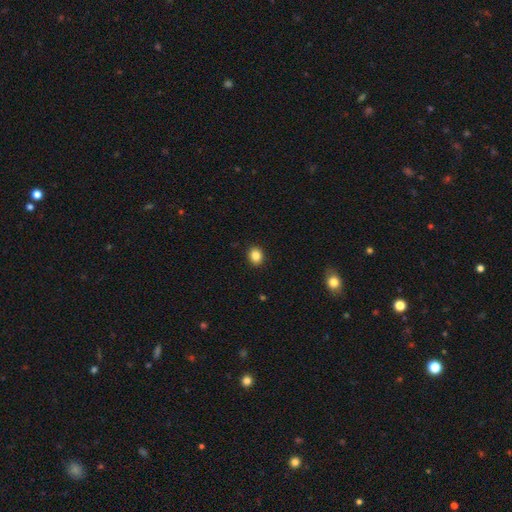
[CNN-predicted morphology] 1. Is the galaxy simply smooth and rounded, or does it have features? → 86% smooth, 10% star or artifact, 5% featured or disk.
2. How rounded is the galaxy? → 59% round, 40% in between, 1% cigar-shaped.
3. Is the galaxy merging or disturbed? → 91% none, 6% minor disturbance, 2% major disturbance, 1% merger.